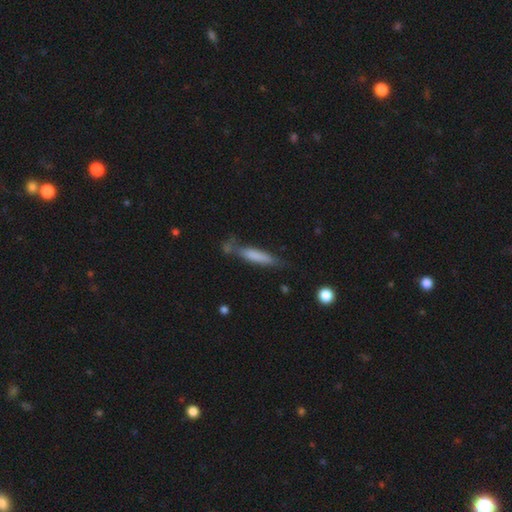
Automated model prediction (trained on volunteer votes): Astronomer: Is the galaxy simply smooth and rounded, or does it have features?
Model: smooth — 74%.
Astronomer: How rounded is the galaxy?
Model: cigar-shaped — 84%.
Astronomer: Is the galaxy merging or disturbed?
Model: none — 64%.